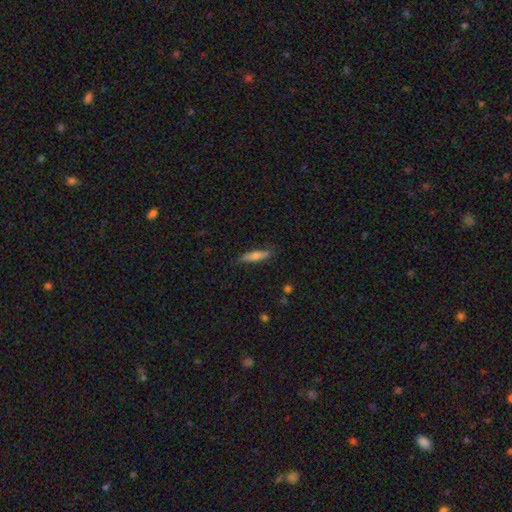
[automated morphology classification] Smooth or featured?
  - smooth: 65% *
  - featured or disk: 28%
  - star or artifact: 7%
How rounded?
  - cigar-shaped: 77% *
  - in between: 21%
  - round: 2%
Merging?
  - none: 82% *
  - minor disturbance: 14%
  - major disturbance: 3%
  - merger: 1%